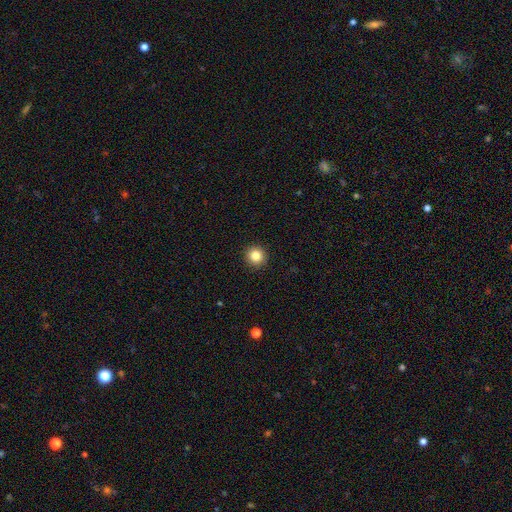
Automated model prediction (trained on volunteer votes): Smooth or featured? Predicted: smooth (p=0.84). How rounded? Predicted: round (p=0.95). Merging? Predicted: none (p=0.93).